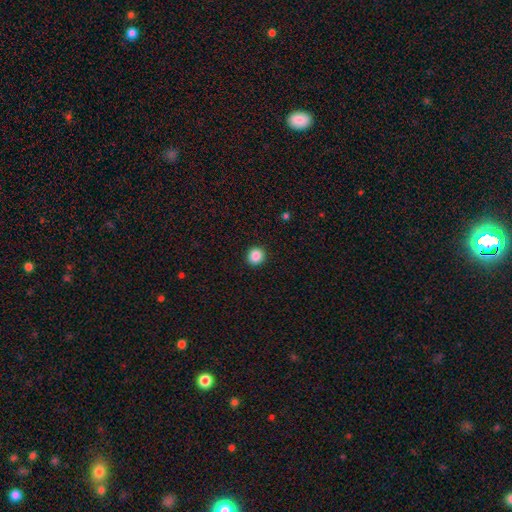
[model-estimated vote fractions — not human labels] This appears to be a smooth galaxy with no disk features (87%) that is round (92%). Merging: none (93%).